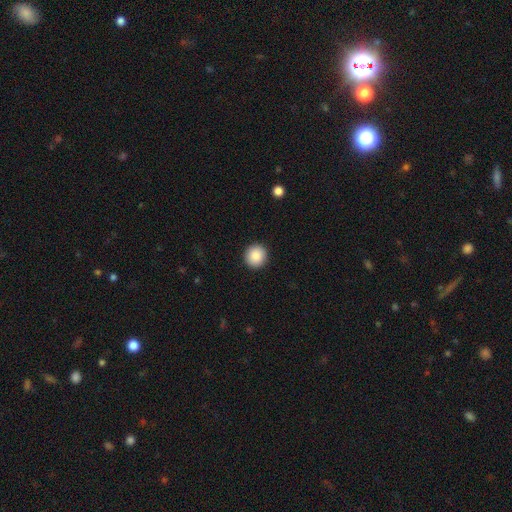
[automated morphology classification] This is clearly a smooth galaxy (88%). How rounded: clearly round (94%). Merging: clearly none (93%).